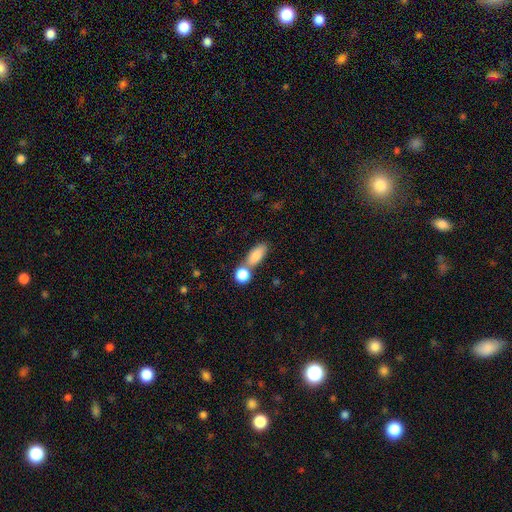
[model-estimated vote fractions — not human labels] smooth-or-featured: smooth: 84% | featured or disk: 9% | star or artifact: 8%
  how-rounded: in between: 76% | cigar-shaped: 16% | round: 8%
  merging: none: 49% | merger: 36% | minor disturbance: 11% | major disturbance: 4%